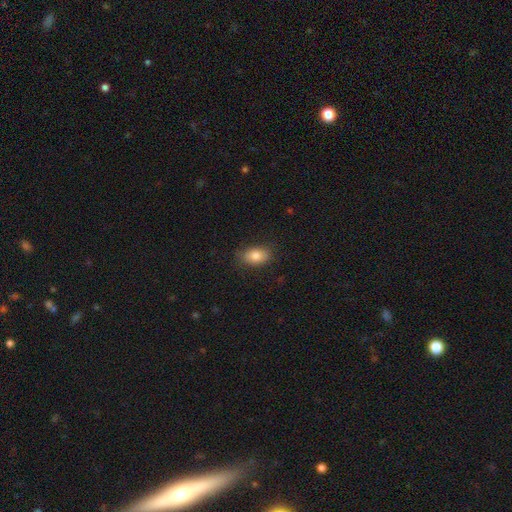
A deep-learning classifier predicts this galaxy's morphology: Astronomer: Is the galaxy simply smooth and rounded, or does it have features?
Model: smooth — 82%.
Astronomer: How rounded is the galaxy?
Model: in between — 84%.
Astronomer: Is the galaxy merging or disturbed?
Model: none — 82%.